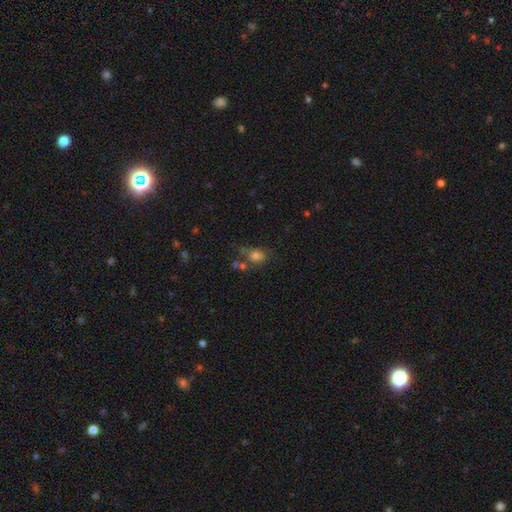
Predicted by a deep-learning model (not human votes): A smooth galaxy with no disk features (71%) that is in between round and cigar-shaped (64%). Merging: none (45%).